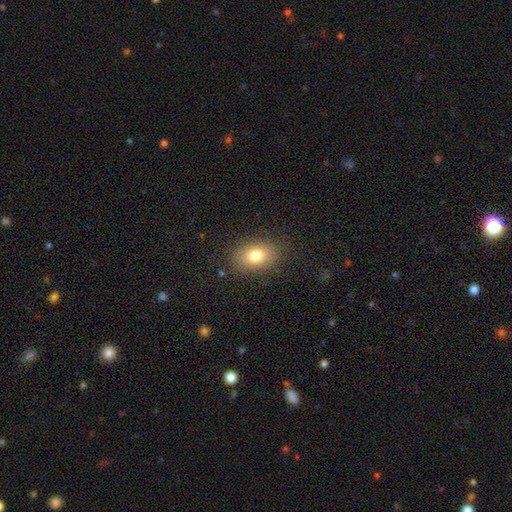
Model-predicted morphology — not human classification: Q: Smooth or featured?
A: smooth (79%); runner-up: featured or disk (11%)
Q: How rounded?
A: in between (81%); runner-up: round (18%)
Q: Merging?
A: none (85%); runner-up: minor disturbance (10%)